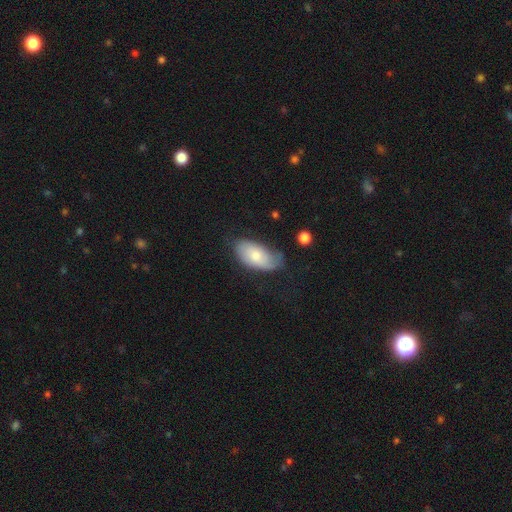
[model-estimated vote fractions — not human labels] smooth-or-featured: smooth: 66% | featured or disk: 28% | star or artifact: 6%
  how-rounded: in between: 94% | cigar-shaped: 3% | round: 3%
  merging: none: 54% | minor disturbance: 33% | major disturbance: 10% | merger: 3%